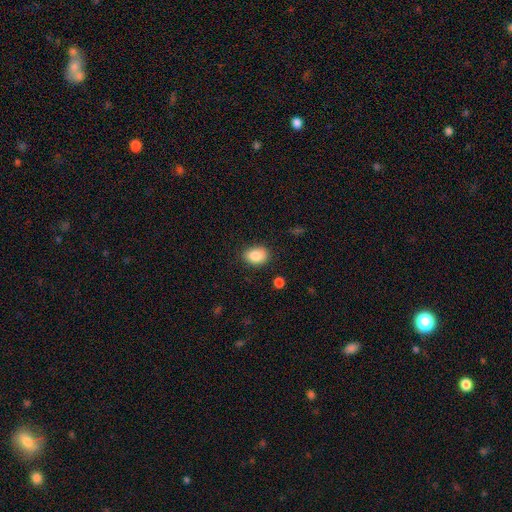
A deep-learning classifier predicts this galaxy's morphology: A smooth galaxy with no disk features (86%) that is in between round and cigar-shaped (74%).

Vote fractions:
- Smooth or featured? smooth: 86% / star or artifact: 8% / featured or disk: 6%
- How rounded? in between: 74% / round: 25% / cigar-shaped: 1%
- Merging? none: 81% / minor disturbance: 14% / major disturbance: 3% / merger: 2%